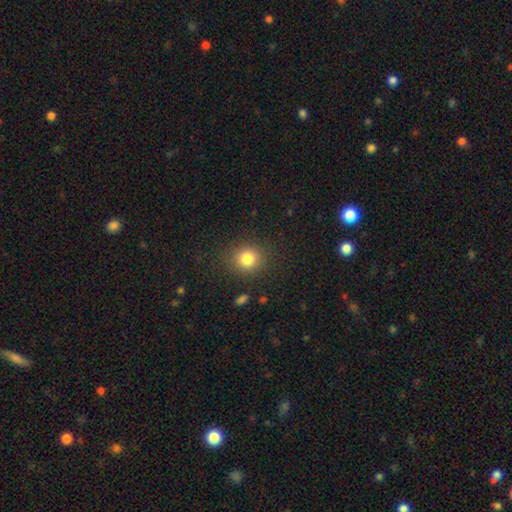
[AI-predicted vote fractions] Q: Smooth or featured?
A: smooth (73%); runner-up: star or artifact (22%)
Q: How rounded?
A: round (83%); runner-up: in between (16%)
Q: Merging?
A: none (90%); runner-up: minor disturbance (7%)